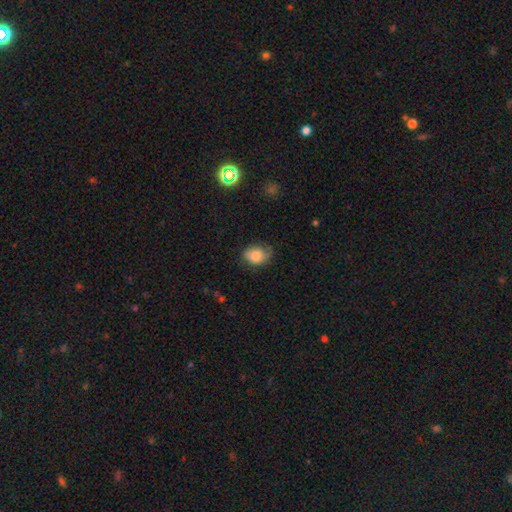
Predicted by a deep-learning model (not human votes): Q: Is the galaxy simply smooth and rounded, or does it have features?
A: smooth — 77%.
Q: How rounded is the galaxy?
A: in between — 67%.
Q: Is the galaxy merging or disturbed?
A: none — 59%.